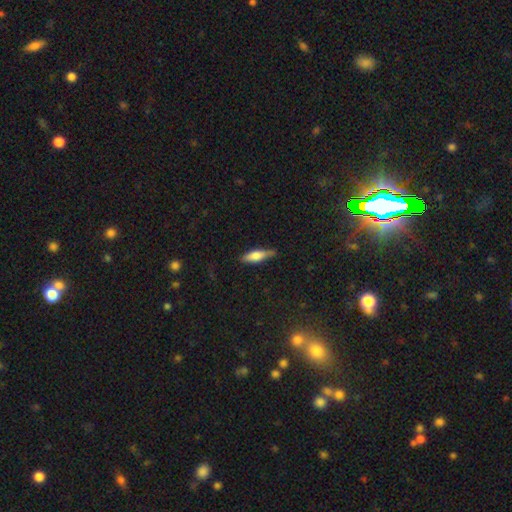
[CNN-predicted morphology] Smooth or featured?
  - smooth: 61% *
  - featured or disk: 32%
  - star or artifact: 7%
How rounded?
  - cigar-shaped: 57% *
  - in between: 41%
  - round: 2%
Merging?
  - none: 76% *
  - minor disturbance: 19%
  - major disturbance: 4%
  - merger: 2%